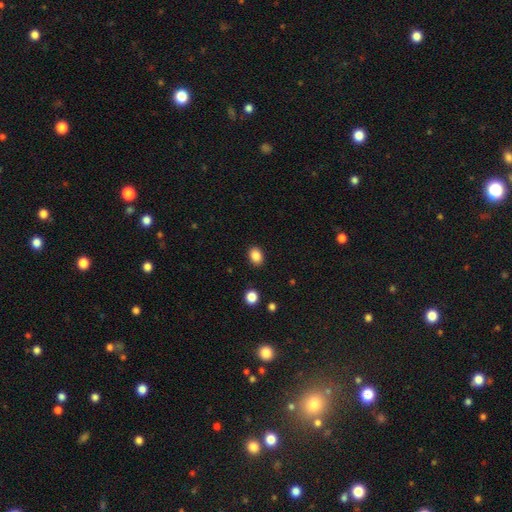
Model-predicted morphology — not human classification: Smooth or featured? Predicted: smooth (p=0.87). How rounded? Predicted: in between (p=0.63). Merging? Predicted: none (p=0.89).